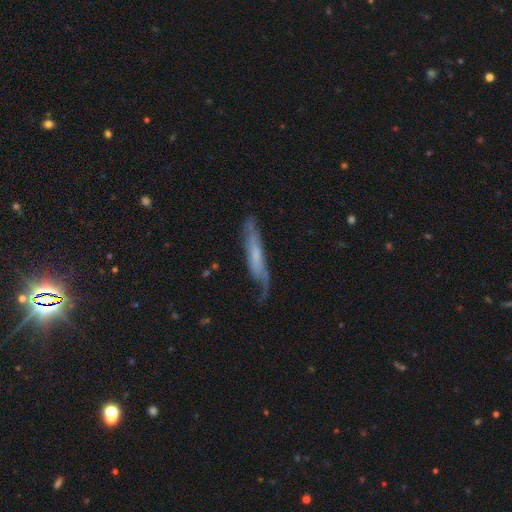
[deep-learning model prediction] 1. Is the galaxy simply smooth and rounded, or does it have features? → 60% featured or disk, 34% smooth, 6% star or artifact.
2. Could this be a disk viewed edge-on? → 56% yes, 44% no.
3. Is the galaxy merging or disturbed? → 55% none, 27% minor disturbance, 15% major disturbance, 3% merger.